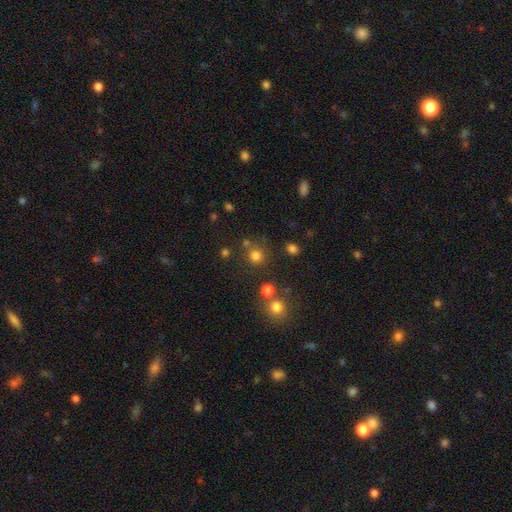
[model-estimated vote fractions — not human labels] Overall: smooth (76%). How rounded: round (92%). Merging: none (76%).